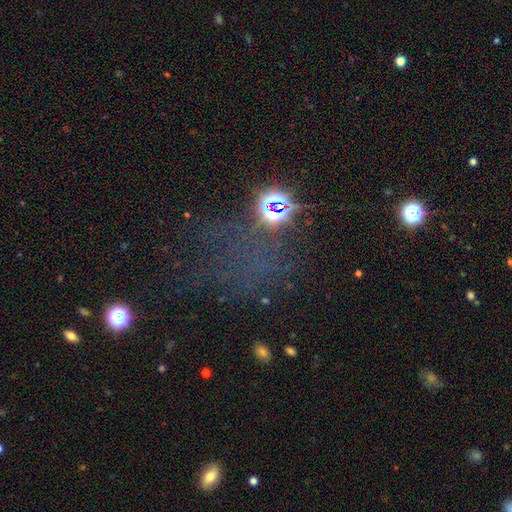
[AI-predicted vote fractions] The model was most divided on "smooth or featured": star or artifact: 54%, smooth: 31%, featured or disk: 15%.